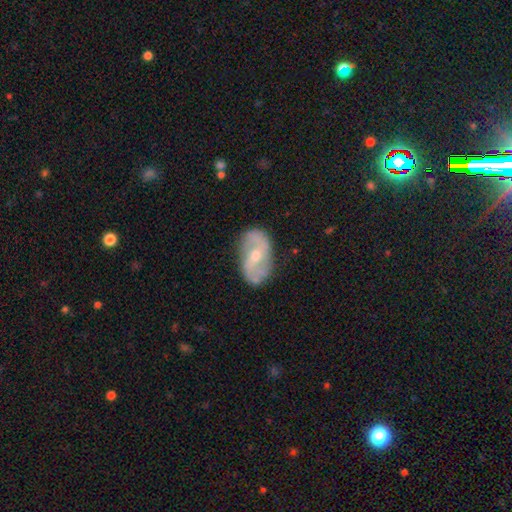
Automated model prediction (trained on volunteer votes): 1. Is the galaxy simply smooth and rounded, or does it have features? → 75% featured or disk, 19% smooth, 6% star or artifact.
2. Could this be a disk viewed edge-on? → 96% no, 4% yes.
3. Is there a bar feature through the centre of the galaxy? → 48% weak, 39% no, 12% strong.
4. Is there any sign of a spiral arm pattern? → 88% yes, 12% no.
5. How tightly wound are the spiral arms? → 43% medium, 38% loose, 18% tight.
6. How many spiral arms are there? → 84% 2, 9% can't tell, 2% 3, 2% 1, 1% 4, 1% more than 4.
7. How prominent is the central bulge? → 60% moderate, 34% small, 3% large, 2% none, 1% dominant.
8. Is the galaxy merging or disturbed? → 75% none, 18% minor disturbance, 5% major disturbance, 2% merger.